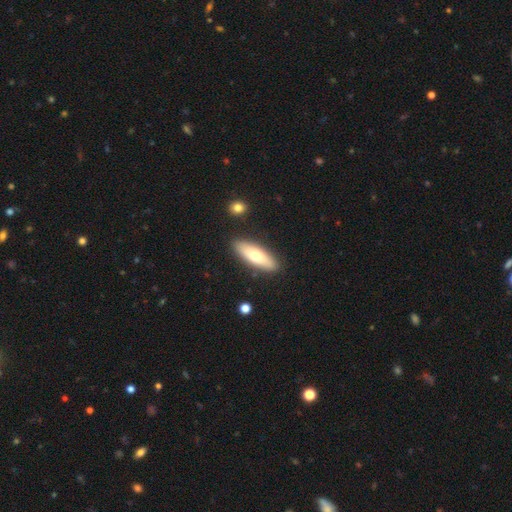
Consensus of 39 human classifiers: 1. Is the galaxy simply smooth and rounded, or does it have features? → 69% smooth, 26% featured or disk, 5% star or artifact.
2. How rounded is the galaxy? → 56% in between, 41% cigar-shaped, 4% round.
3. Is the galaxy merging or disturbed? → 86% none, 11% minor disturbance, 3% major disturbance, 0% merger.